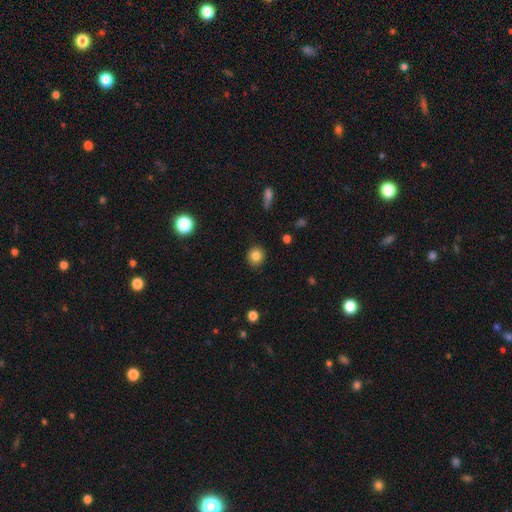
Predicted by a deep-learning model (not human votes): smooth_or_featured: smooth (p=0.84) [alt: star or artifact p=0.10]
how_rounded: round (p=0.86) [alt: in between p=0.13]
merging: none (p=0.89) [alt: minor disturbance p=0.08]